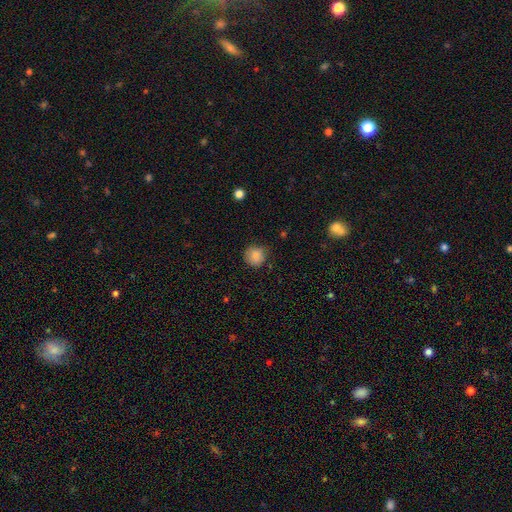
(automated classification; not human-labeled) smooth-or-featured: smooth: 85% | star or artifact: 9% | featured or disk: 6%
  how-rounded: round: 88% | in between: 11% | cigar-shaped: 1%
  merging: none: 74% | minor disturbance: 20% | major disturbance: 4% | merger: 1%